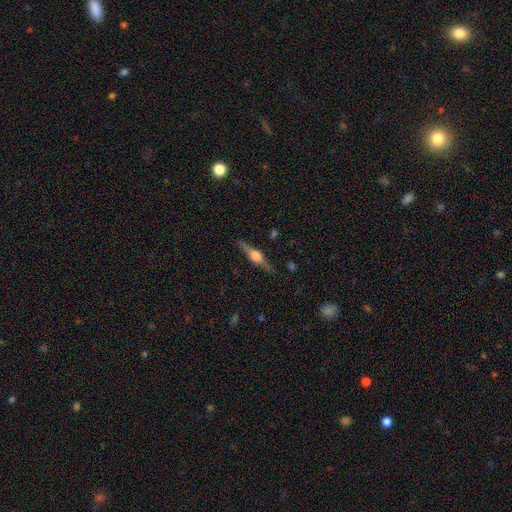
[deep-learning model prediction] A featured or disk galaxy (72%) viewed edge-on (97%) with a rounded central bulge (91%).

Vote fractions:
- Smooth or featured? featured or disk: 72% / smooth: 22% / star or artifact: 6%
- Edge-on disk? yes: 97% / no: 3%
- Edge-on bulge? rounded: 91% / boxy: 7% / none: 2%
- Merging? none: 86% / minor disturbance: 10% / major disturbance: 2% / merger: 1%